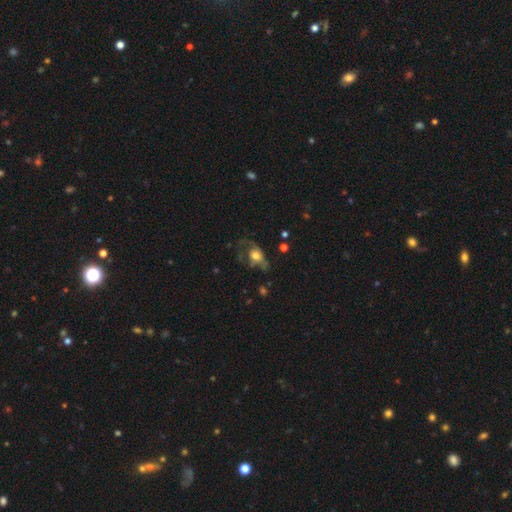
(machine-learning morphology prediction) Smooth or featured? Predicted: smooth (p=0.46). Merging? Predicted: major disturbance (p=0.44).